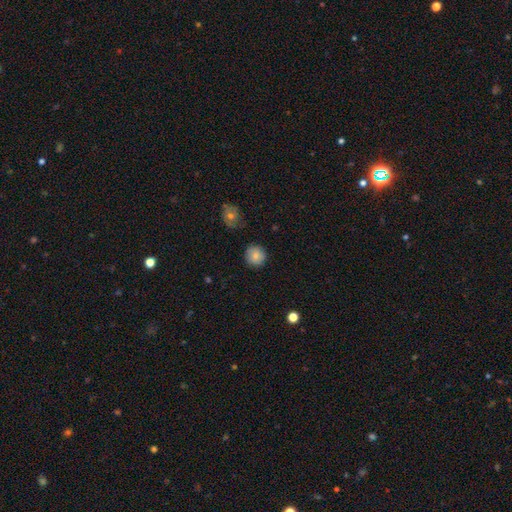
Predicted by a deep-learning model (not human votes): Smooth or featured: smooth — 82% (star or artifact — 9%)
How rounded: round — 93% (in between — 7%)
Merging: none — 85% (minor disturbance — 10%)